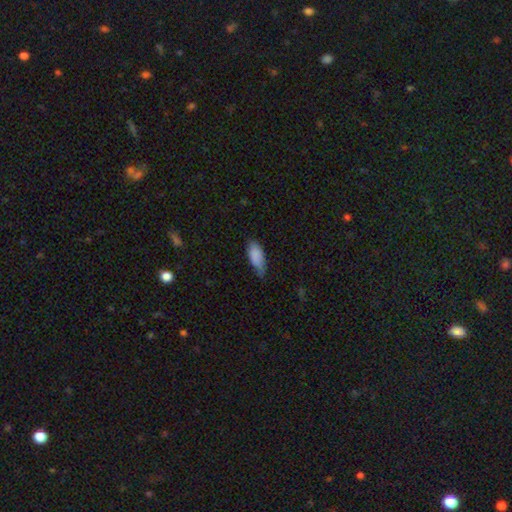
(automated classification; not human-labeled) This appears to be a smooth galaxy with no disk features (87%) that is in between round and cigar-shaped (84%). Merging: none (53%).